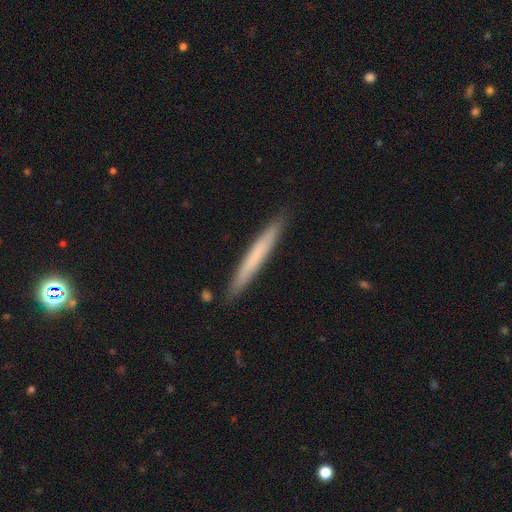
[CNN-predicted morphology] smooth 63%, featured or disk 31%, star or artifact 6%. Down the decision tree: how rounded — cigar-shaped (97%); merging — none (90%).